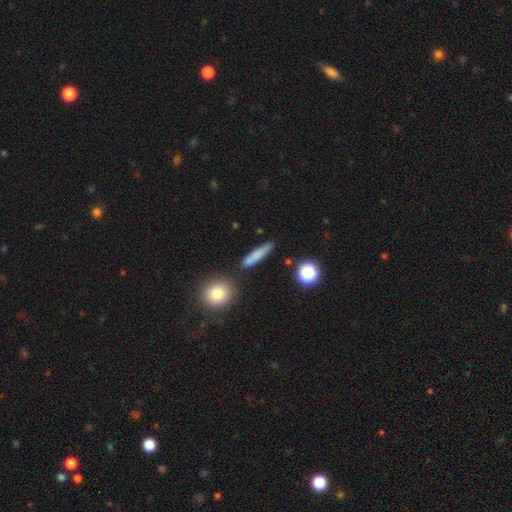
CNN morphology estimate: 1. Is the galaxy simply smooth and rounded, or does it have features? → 74% smooth, 17% featured or disk, 9% star or artifact.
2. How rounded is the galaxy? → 84% cigar-shaped, 11% in between, 5% round.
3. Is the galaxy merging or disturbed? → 82% none, 10% minor disturbance, 5% merger, 3% major disturbance.